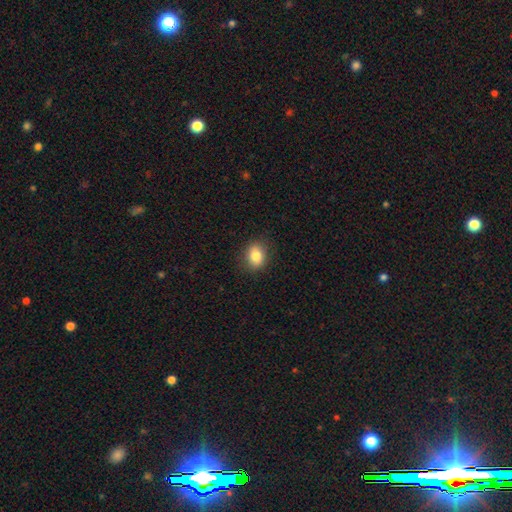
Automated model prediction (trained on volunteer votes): Q: Smooth or featured?
A: smooth (82%); runner-up: star or artifact (10%)
Q: How rounded?
A: in between (53%); runner-up: round (46%)
Q: Merging?
A: none (87%); runner-up: minor disturbance (10%)